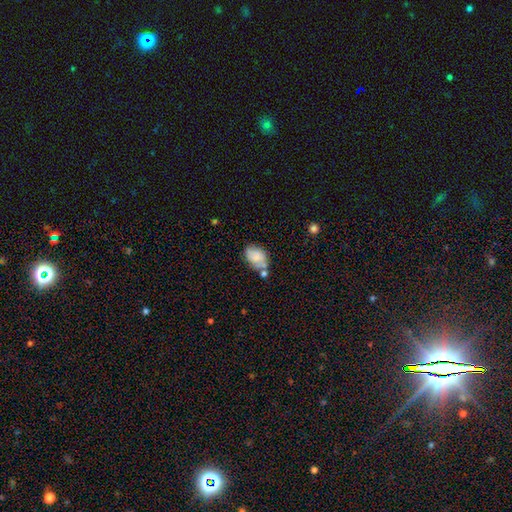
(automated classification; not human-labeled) Morphology: type=smooth (68%); roundness=in between (84%); merging=none (49%).